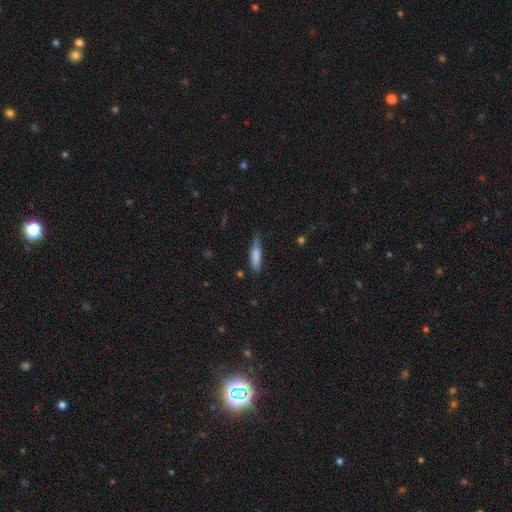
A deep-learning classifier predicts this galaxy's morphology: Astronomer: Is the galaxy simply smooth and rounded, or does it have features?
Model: smooth — 76%.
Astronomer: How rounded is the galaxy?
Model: cigar-shaped — 71%.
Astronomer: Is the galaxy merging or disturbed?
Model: none — 60%.